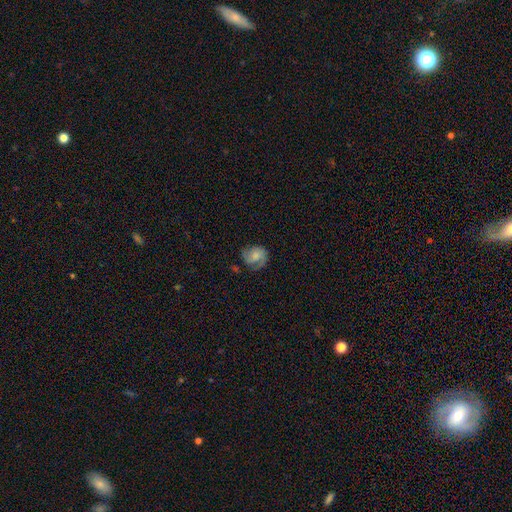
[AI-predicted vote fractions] A featured or disk galaxy (50%).

Vote fractions:
- Smooth or featured? featured or disk: 50% / smooth: 41% / star or artifact: 8%
- Edge-on disk? no: 97% / yes: 3%
- Merging? none: 58% / minor disturbance: 25% / major disturbance: 15% / merger: 2%